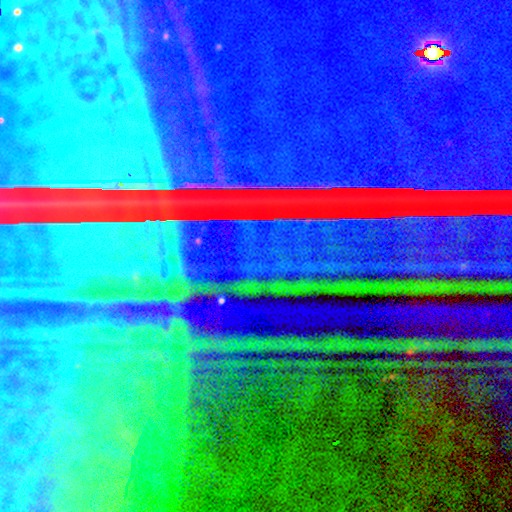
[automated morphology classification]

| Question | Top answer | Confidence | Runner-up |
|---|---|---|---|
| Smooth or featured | star or artifact | 87% | featured or disk (8%) |